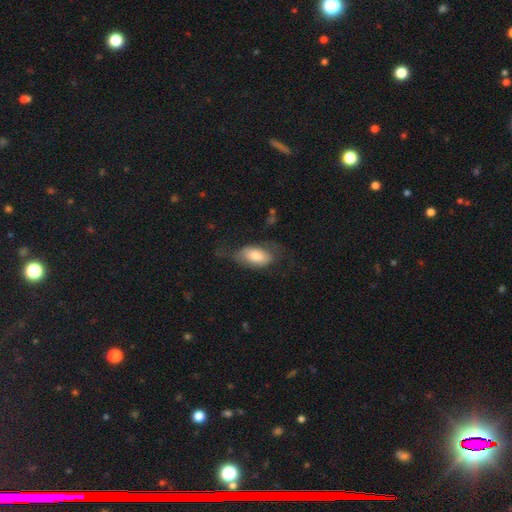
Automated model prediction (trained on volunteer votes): smooth 64%, featured or disk 29%, star or artifact 7%. Down the decision tree: how rounded — in between (91%); merging — none (48%).